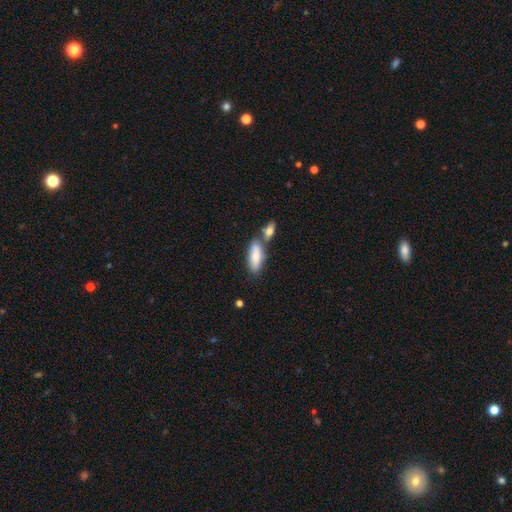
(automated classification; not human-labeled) Smooth or featured?
  - smooth: 80% *
  - featured or disk: 15%
  - star or artifact: 6%
How rounded?
  - in between: 71% *
  - cigar-shaped: 27%
  - round: 2%
Merging?
  - none: 54% *
  - merger: 29%
  - minor disturbance: 13%
  - major disturbance: 3%